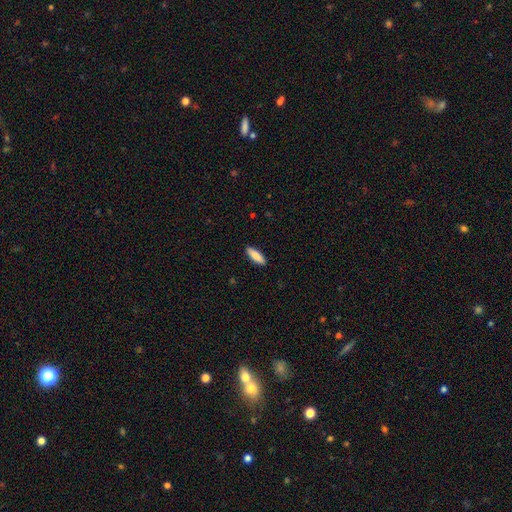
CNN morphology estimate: Q: Smooth or featured?
A: smooth (85%); runner-up: featured or disk (9%)
Q: How rounded?
A: in between (52%); runner-up: cigar-shaped (47%)
Q: Merging?
A: none (90%); runner-up: minor disturbance (8%)